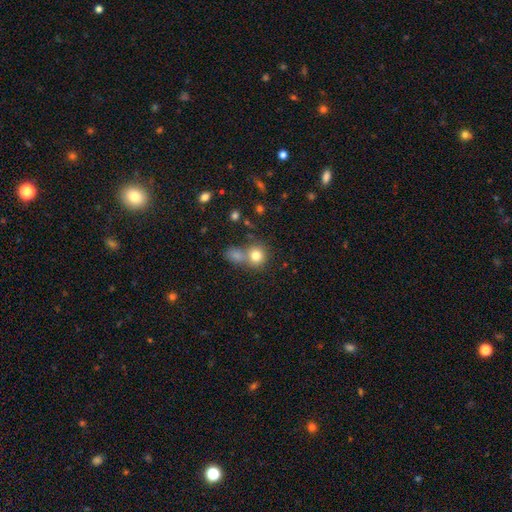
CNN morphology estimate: smooth-or-featured: smooth: 79% | star or artifact: 12% | featured or disk: 9%
  how-rounded: round: 84% | in between: 15% | cigar-shaped: 1%
  merging: none: 51% | merger: 37% | minor disturbance: 9% | major disturbance: 4%